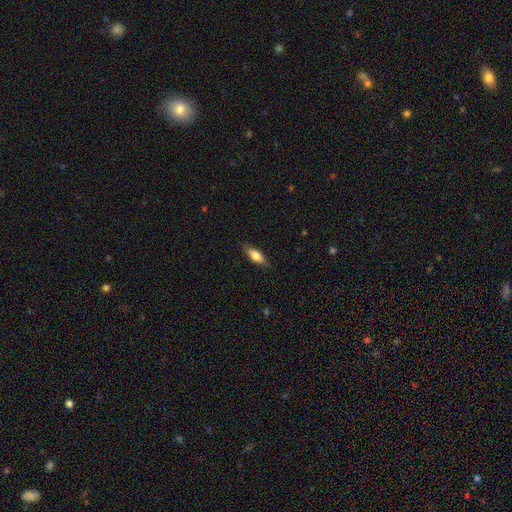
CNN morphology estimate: Smooth or featured?
  - smooth: 68% *
  - featured or disk: 26%
  - star or artifact: 6%
How rounded?
  - in between: 65% *
  - cigar-shaped: 32%
  - round: 3%
Merging?
  - none: 84% *
  - minor disturbance: 12%
  - major disturbance: 3%
  - merger: 1%